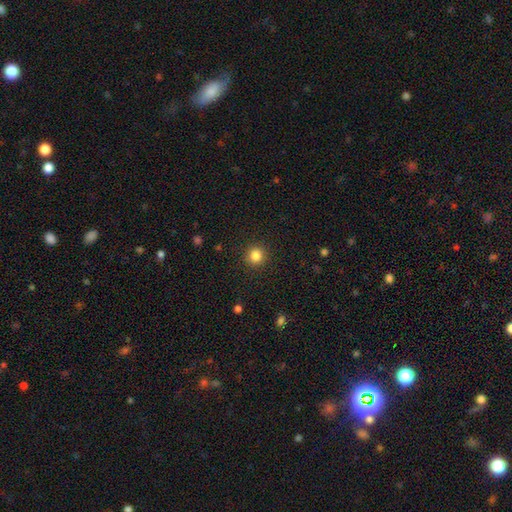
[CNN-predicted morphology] Smooth or featured? Predicted: smooth (p=0.84). How rounded? Predicted: round (p=0.94). Merging? Predicted: none (p=0.92).